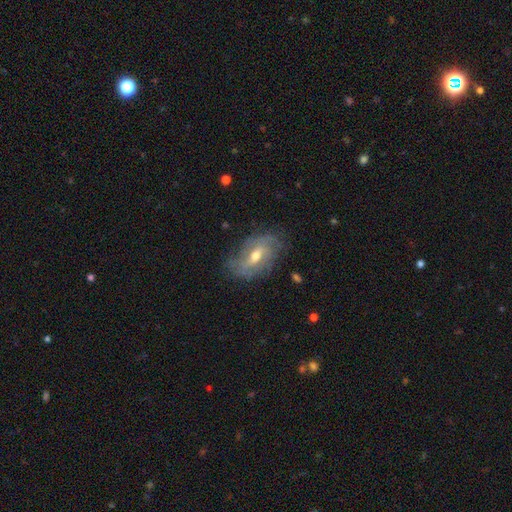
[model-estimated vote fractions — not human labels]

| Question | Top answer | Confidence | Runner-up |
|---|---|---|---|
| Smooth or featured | featured or disk | 71% | smooth (22%) |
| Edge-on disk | no | 92% | yes (8%) |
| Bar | weak | 48% | no (34%) |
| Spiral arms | yes | 79% | no (21%) |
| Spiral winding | tight | 41% | medium (37%) |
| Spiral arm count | can't tell | 42% | 2 (36%) |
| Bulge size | moderate | 69% | small (25%) |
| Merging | none | 68% | minor disturbance (23%) |